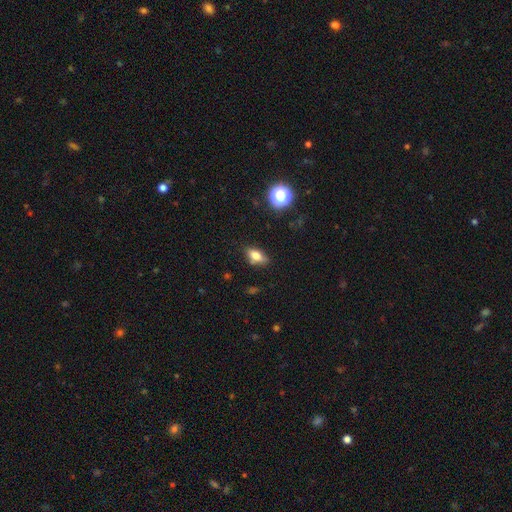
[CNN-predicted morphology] Overall: smooth (75%). How rounded: in between (82%). Merging: none (73%).